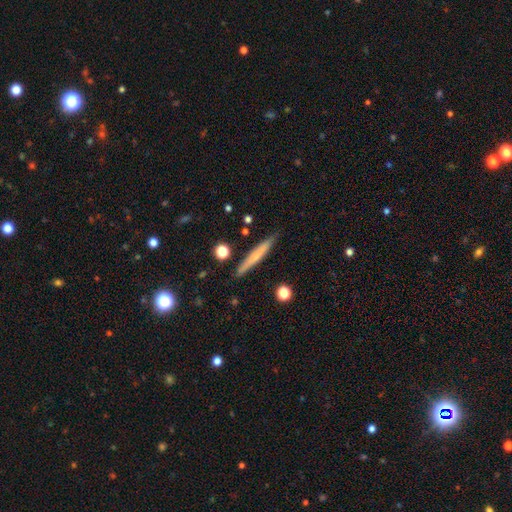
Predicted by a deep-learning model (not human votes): Morphology: type=smooth (56%); roundness=cigar-shaped (95%); merging=none (89%).